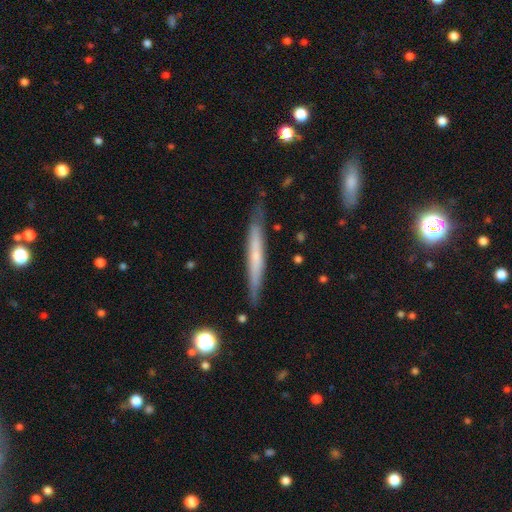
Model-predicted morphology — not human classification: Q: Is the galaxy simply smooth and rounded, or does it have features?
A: featured or disk — 49%.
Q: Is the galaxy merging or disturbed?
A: none — 82%.